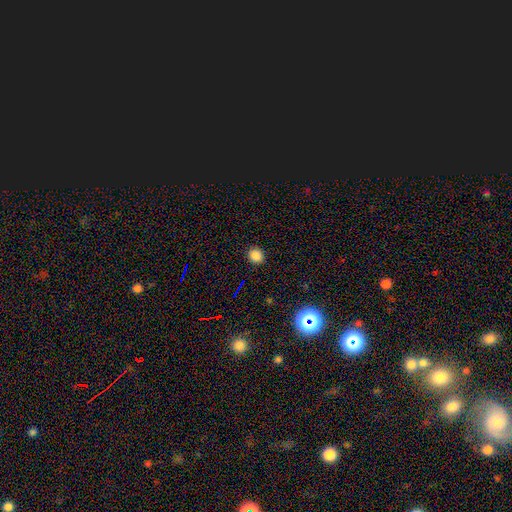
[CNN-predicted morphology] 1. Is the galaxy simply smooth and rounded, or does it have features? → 84% smooth, 12% star or artifact, 4% featured or disk.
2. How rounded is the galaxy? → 79% round, 20% in between, 1% cigar-shaped.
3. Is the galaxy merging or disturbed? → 90% none, 7% minor disturbance, 2% major disturbance, 1% merger.